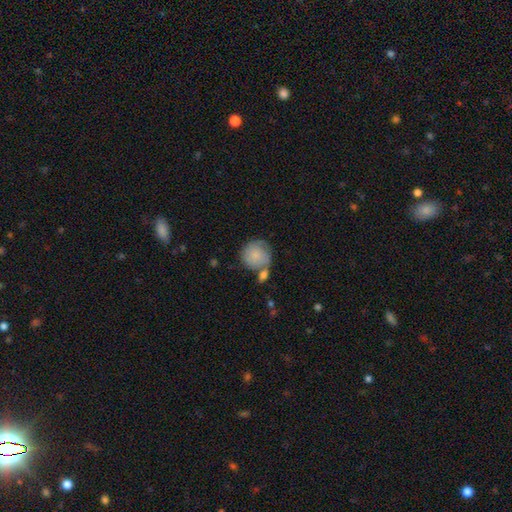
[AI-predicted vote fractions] Morphology: type=smooth (80%); roundness=round (88%); merging=none (48%).